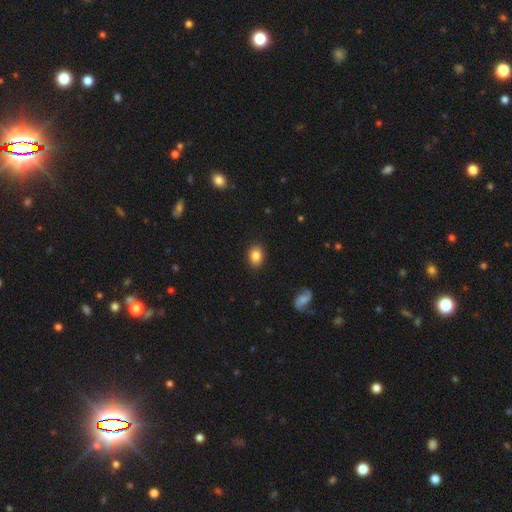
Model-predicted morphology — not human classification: smooth_or_featured: smooth (p=0.84) [alt: star or artifact p=0.09]
how_rounded: in between (p=0.64) [alt: round p=0.35]
merging: none (p=0.88) [alt: minor disturbance p=0.09]